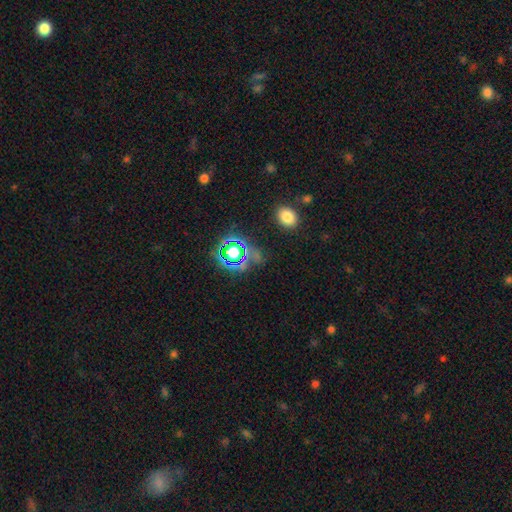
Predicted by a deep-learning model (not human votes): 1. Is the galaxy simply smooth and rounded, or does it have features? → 58% star or artifact, 32% smooth, 10% featured or disk.